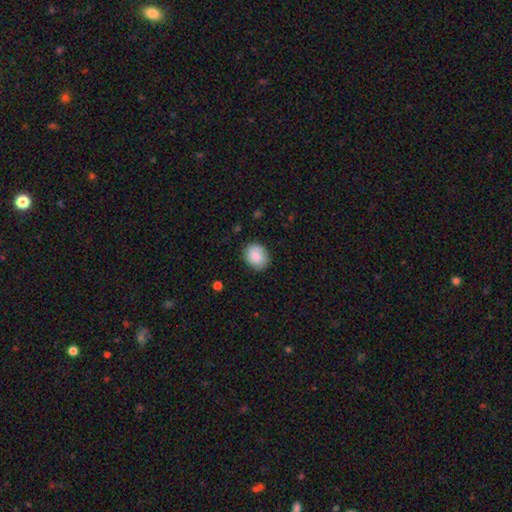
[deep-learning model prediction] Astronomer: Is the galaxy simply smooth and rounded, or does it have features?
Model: smooth — 84%.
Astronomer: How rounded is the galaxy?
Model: round — 54% (runner-up: in between, 45%).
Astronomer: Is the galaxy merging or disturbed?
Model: none — 81%.